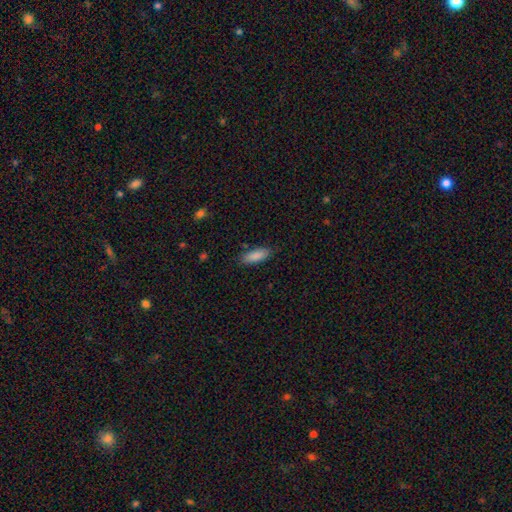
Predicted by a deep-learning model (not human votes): A smooth galaxy with no disk features (87%) that is in between round and cigar-shaped (70%). Merging: none (83%).